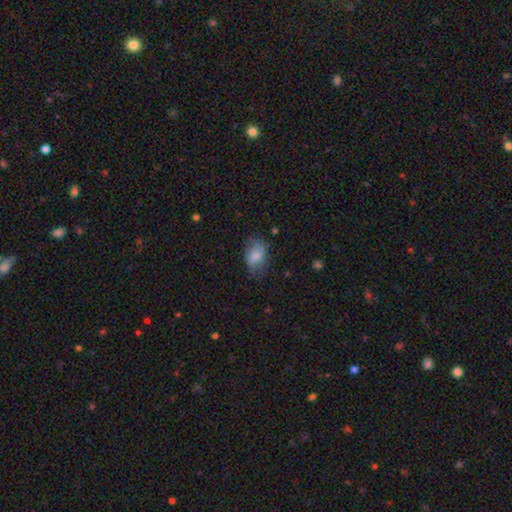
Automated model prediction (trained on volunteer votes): smooth-or-featured: smooth: 77% | featured or disk: 15% | star or artifact: 8%
  how-rounded: in between: 85% | round: 14% | cigar-shaped: 2%
  merging: none: 61% | minor disturbance: 27% | major disturbance: 10% | merger: 2%